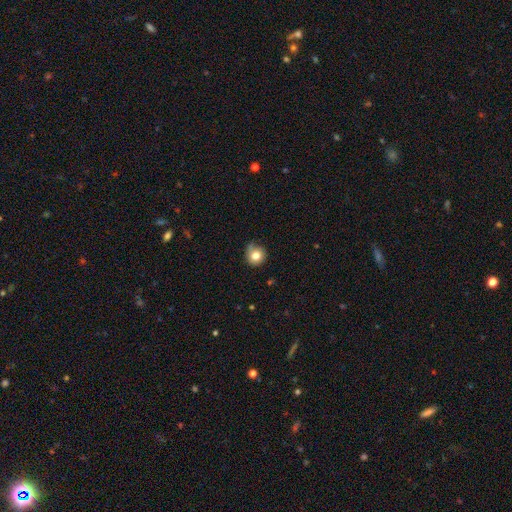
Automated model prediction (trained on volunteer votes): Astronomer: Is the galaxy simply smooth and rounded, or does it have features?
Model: smooth — 79%.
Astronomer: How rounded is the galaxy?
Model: round — 88%.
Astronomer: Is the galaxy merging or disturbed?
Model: none — 63%.